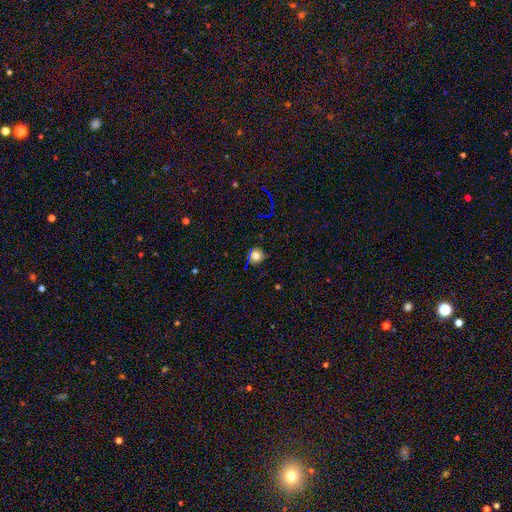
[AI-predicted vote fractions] Morphology: type=smooth (67%); roundness=round (90%); merging=none (82%).